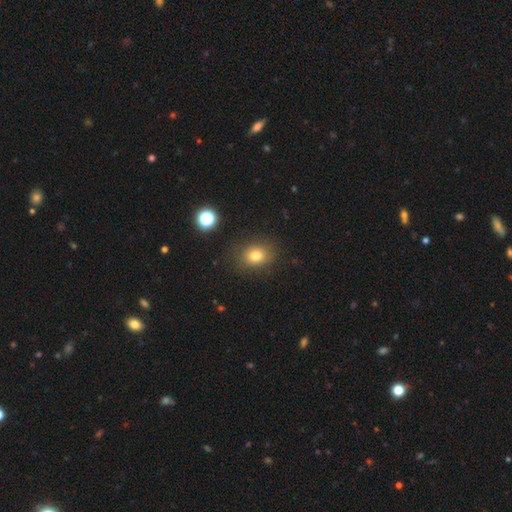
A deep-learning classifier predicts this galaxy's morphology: smooth 78%, star or artifact 14%, featured or disk 9%. Down the decision tree: how rounded — round (50%); merging — none (83%).